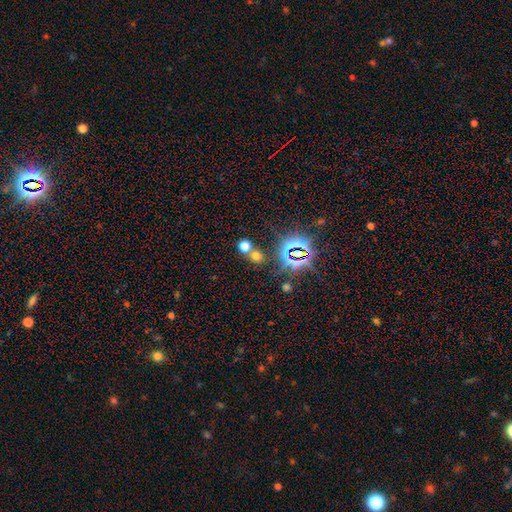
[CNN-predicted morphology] Smooth or featured? Predicted: smooth (p=0.53). How rounded? Predicted: round (p=0.80). Merging? Predicted: none (p=0.56).